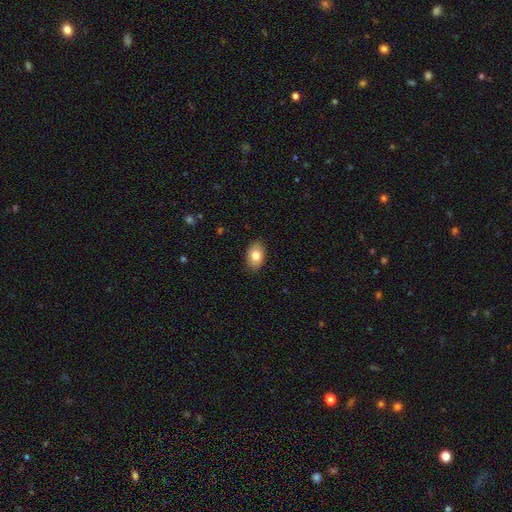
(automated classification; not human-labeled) Smooth or featured? smooth (80%)
How rounded? in between (87%)
Merging? none (88%)